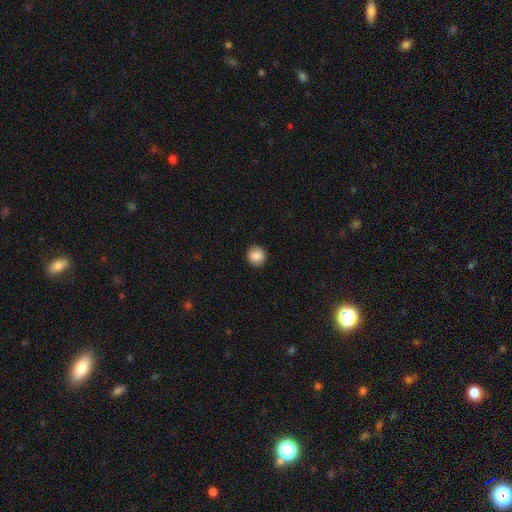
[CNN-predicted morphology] Smooth or featured? smooth (85%)
How rounded? round (93%)
Merging? none (90%)